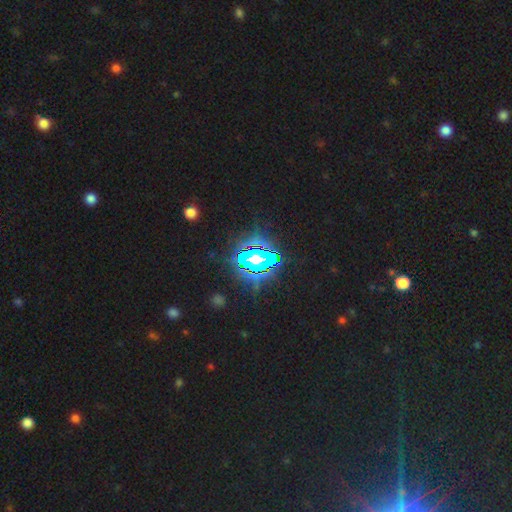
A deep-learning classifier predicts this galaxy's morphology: smooth-or-featured: star or artifact: 82% | smooth: 11% | featured or disk: 7%